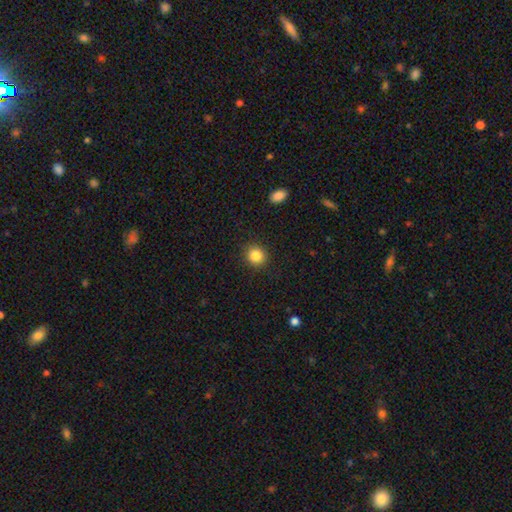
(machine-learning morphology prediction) A smooth galaxy with no disk features (85%) that is round (88%).

Vote fractions:
- Smooth or featured? smooth: 85% / star or artifact: 10% / featured or disk: 5%
- How rounded? round: 88% / in between: 12% / cigar-shaped: 1%
- Merging? none: 90% / minor disturbance: 7% / major disturbance: 2% / merger: 1%